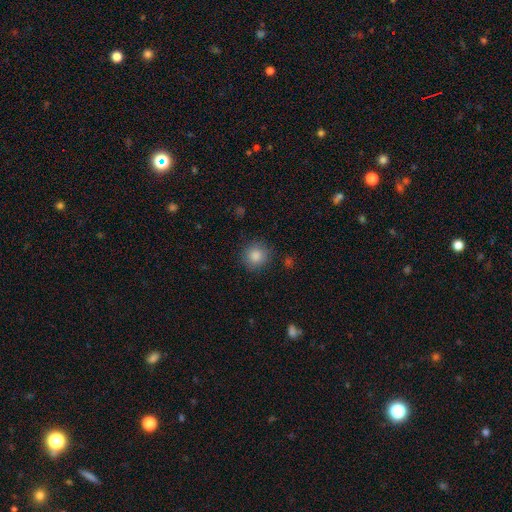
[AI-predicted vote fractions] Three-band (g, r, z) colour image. It shows a smooth galaxy with no disk features (86%) that is round (92%). Merging: none (87%).